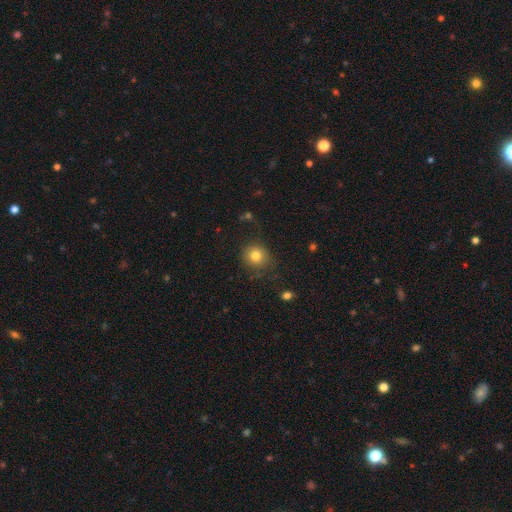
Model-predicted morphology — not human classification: The model was most divided on "merging": none: 79%, minor disturbance: 14%, major disturbance: 5%, merger: 2%. More confident: how rounded — round (87%); smooth or featured — smooth (80%).